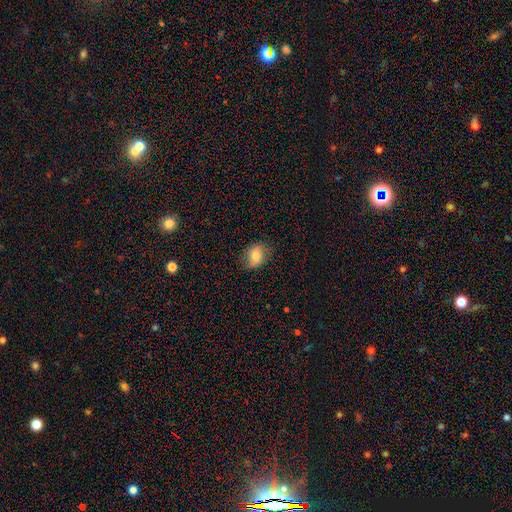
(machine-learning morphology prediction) type=smooth (69%); roundness=in between (65%); merging=none (78%).